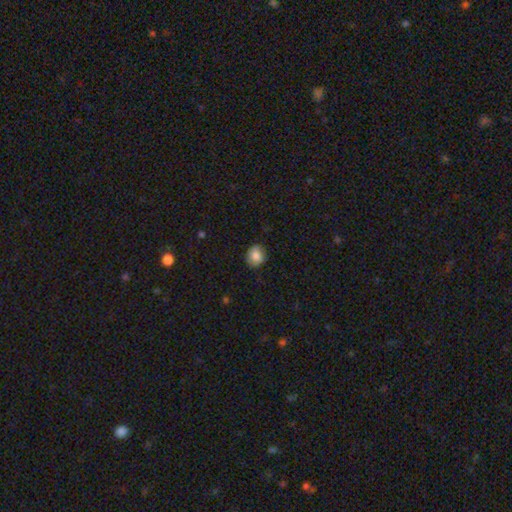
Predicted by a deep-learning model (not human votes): Morphology: type=smooth (85%); roundness=round (67%); merging=none (84%).